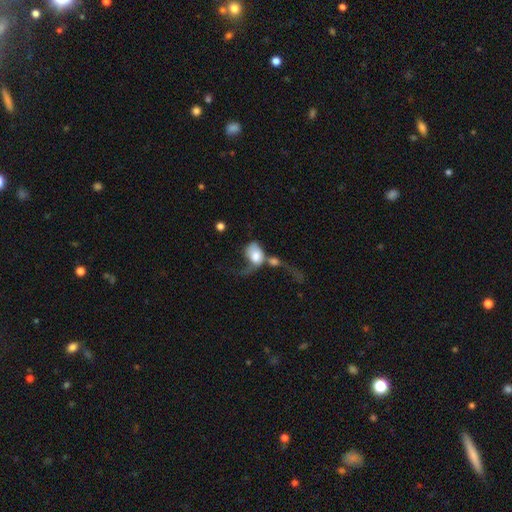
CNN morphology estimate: Smooth or featured: smooth — 60% (featured or disk — 32%)
How rounded: in between — 65% (round — 33%)
Merging: merger — 52% (major disturbance — 31%)